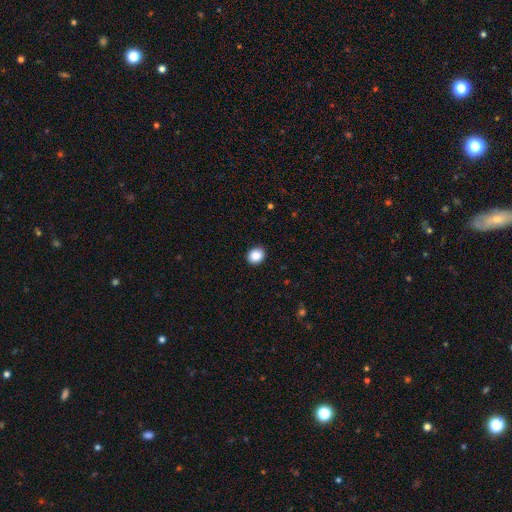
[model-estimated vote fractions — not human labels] Smooth or featured?
  - smooth: 89% *
  - star or artifact: 9%
  - featured or disk: 3%
How rounded?
  - round: 70% *
  - in between: 29%
  - cigar-shaped: 1%
Merging?
  - none: 92% *
  - minor disturbance: 6%
  - major disturbance: 2%
  - merger: 1%